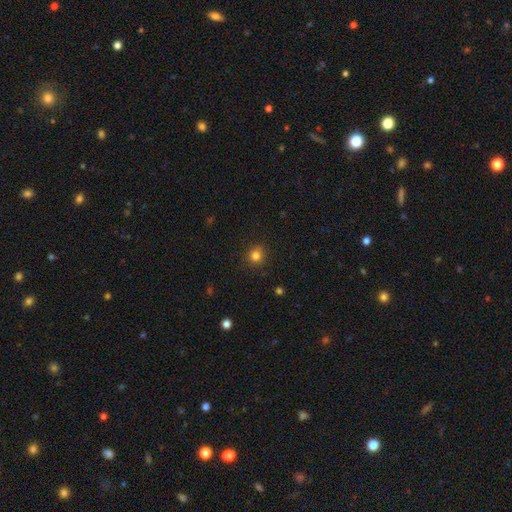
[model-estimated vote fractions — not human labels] Morphology: type=smooth (82%); roundness=round (89%); merging=none (89%).